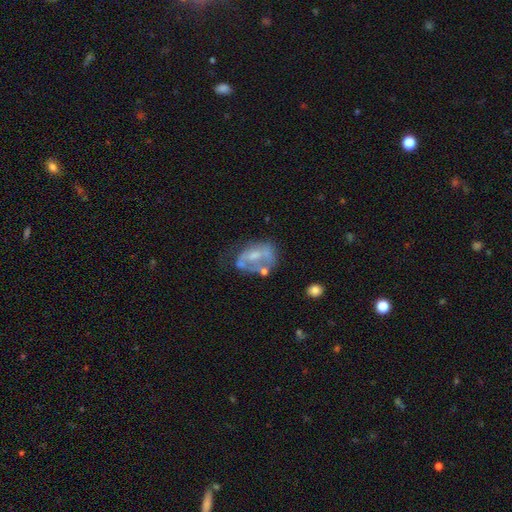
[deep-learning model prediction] Q: Smooth or featured?
A: featured or disk (59%); runner-up: smooth (31%)
Q: Edge-on disk?
A: no (97%); runner-up: yes (3%)
Q: Bar?
A: no (70%); runner-up: weak (23%)
Q: Spiral arms?
A: no (73%); runner-up: yes (27%)
Q: Bulge size?
A: moderate (39%); runner-up: small (31%)
Q: Merging?
A: none (34%); runner-up: major disturbance (28%)